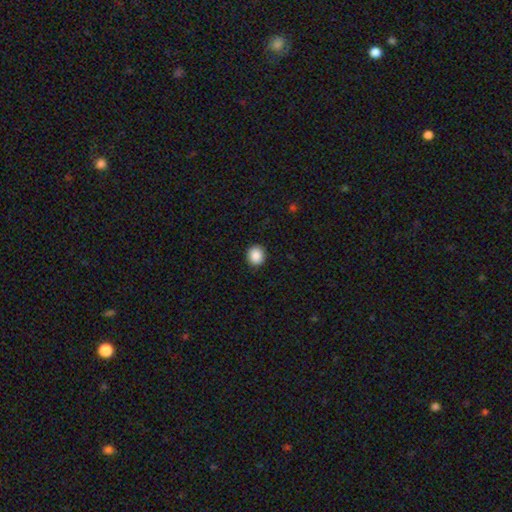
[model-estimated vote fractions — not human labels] Smooth or featured: smooth — 88% (star or artifact — 8%)
How rounded: round — 88% (in between — 11%)
Merging: none — 92% (minor disturbance — 6%)